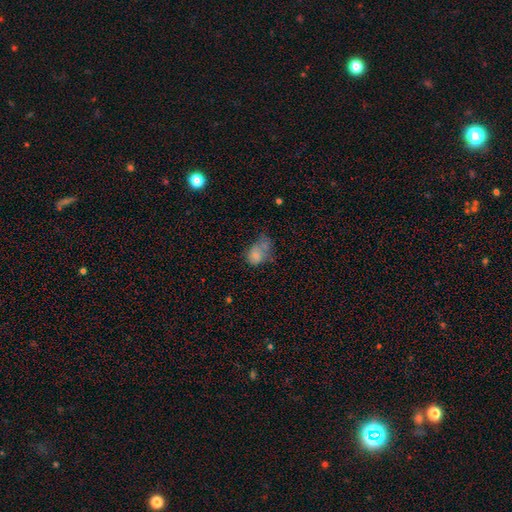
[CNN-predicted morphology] Smooth or featured? smooth (63%)
How rounded? in between (68%)
Merging? major disturbance (27%)